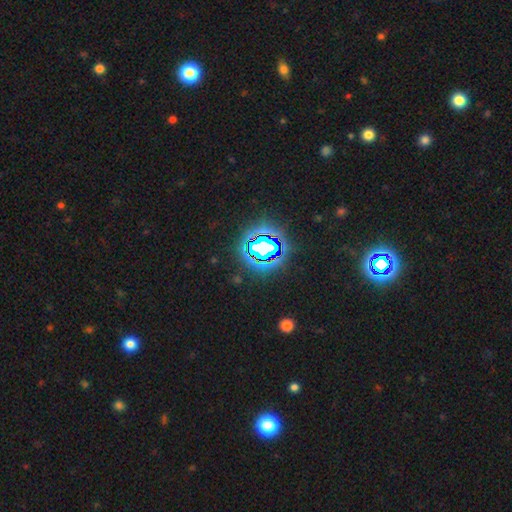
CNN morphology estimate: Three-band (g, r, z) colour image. It shows a star or artifact, not a galaxy (81%).